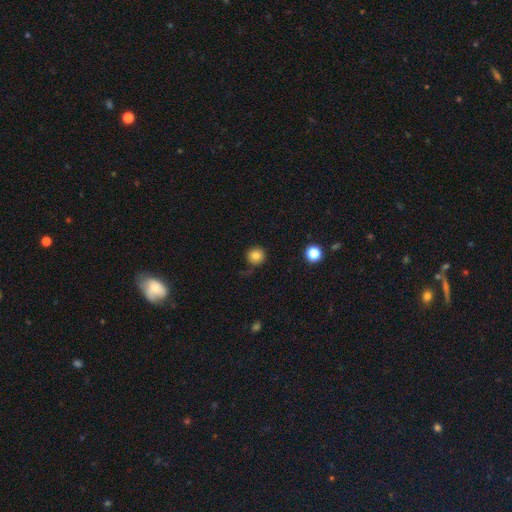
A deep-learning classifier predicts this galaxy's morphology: Smooth or featured?
  - smooth: 80% *
  - star or artifact: 12%
  - featured or disk: 8%
How rounded?
  - round: 94% *
  - in between: 5%
  - cigar-shaped: 1%
Merging?
  - none: 79% *
  - minor disturbance: 13%
  - major disturbance: 5%
  - merger: 3%